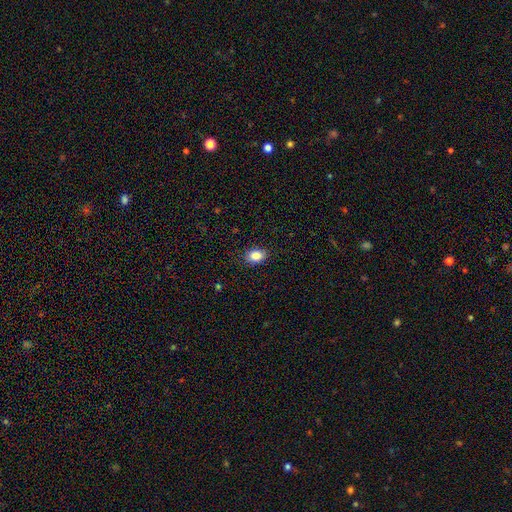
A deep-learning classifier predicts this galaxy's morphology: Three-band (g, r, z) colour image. It shows a smooth galaxy with no disk features (87%) that is in between round and cigar-shaped (75%). Merging: none (86%).